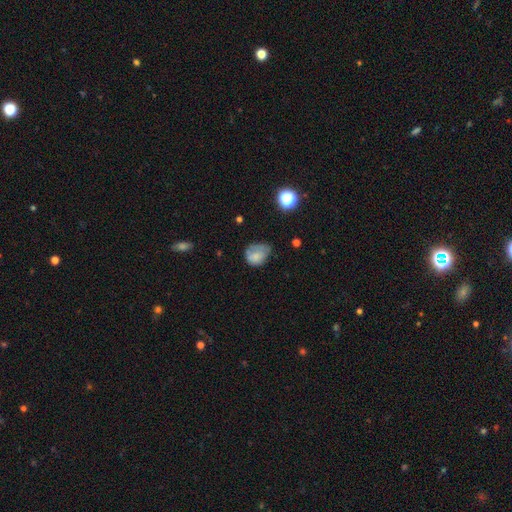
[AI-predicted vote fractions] The model was most divided on "merging": minor disturbance: 40%, none: 32%, major disturbance: 25%, merger: 3%. More confident: smooth or featured — smooth (71%); how rounded — in between (54%).